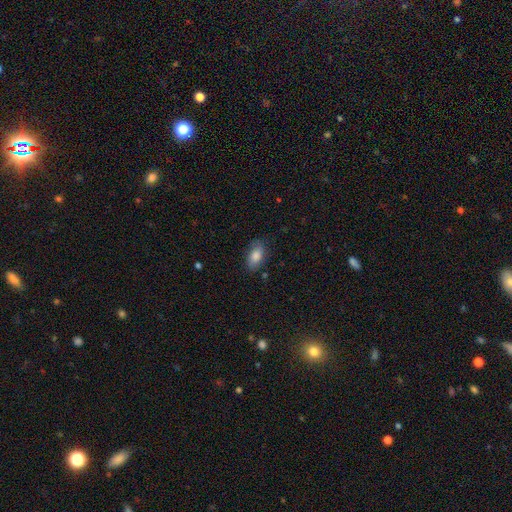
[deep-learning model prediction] Smooth or featured: smooth — 82% (featured or disk — 11%)
How rounded: in between — 91% (round — 5%)
Merging: none — 79% (minor disturbance — 16%)